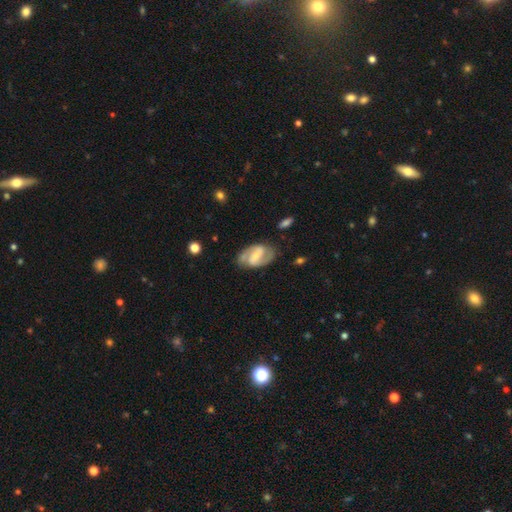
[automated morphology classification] A featured or disk galaxy (79%) with a strong bar (42%), 2 (89%) medium (51%) spiral arms (91%) and a small central bulge (51%). Merging: none (74%).